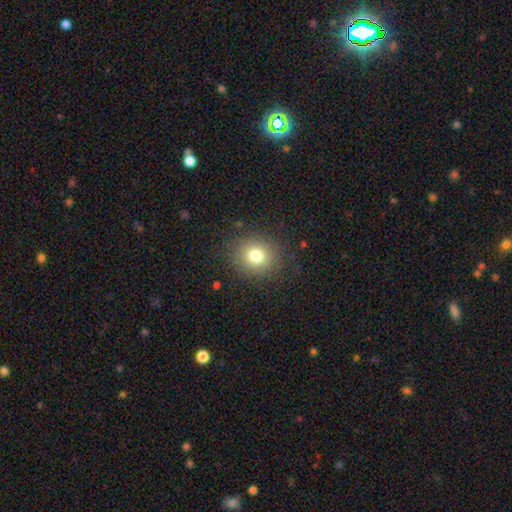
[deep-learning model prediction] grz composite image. It shows a smooth galaxy with no disk features (77%) that is round (79%). Merging: none (86%).